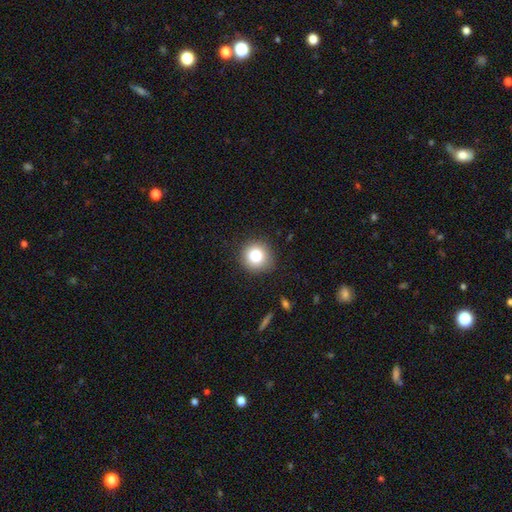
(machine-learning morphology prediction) Smooth or featured? smooth (82%)
How rounded? round (91%)
Merging? none (87%)